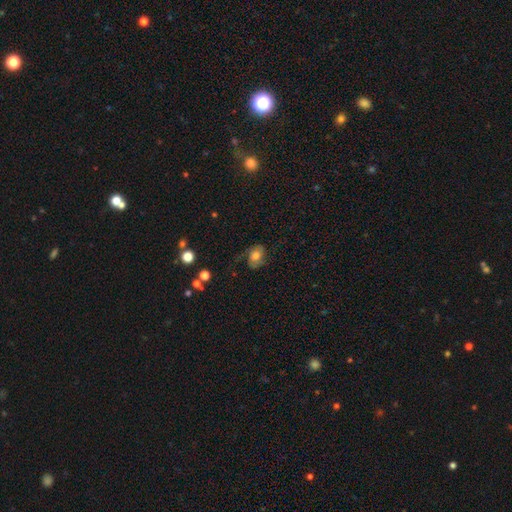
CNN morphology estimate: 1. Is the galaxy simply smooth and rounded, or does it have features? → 50% smooth, 40% featured or disk, 10% star or artifact.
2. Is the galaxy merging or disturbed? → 58% none, 24% minor disturbance, 16% major disturbance, 2% merger.